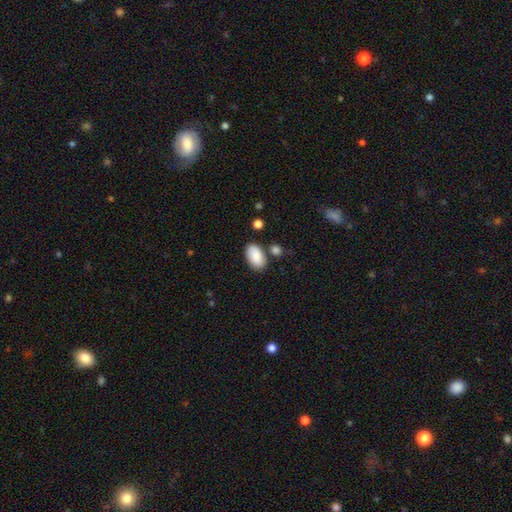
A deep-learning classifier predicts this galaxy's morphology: smooth 88%, star or artifact 6%, featured or disk 6%. Down the decision tree: how rounded — in between (94%); merging — none (77%).